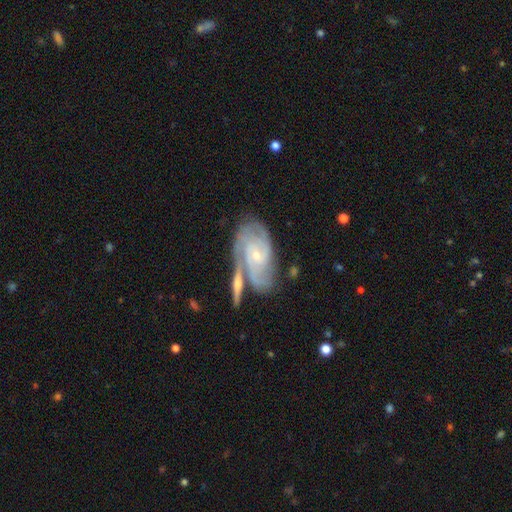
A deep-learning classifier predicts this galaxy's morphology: Q: Smooth or featured?
A: featured or disk (85%); runner-up: smooth (10%)
Q: Edge-on disk?
A: no (95%); runner-up: yes (5%)
Q: Bar?
A: no (60%); runner-up: weak (33%)
Q: Spiral arms?
A: yes (96%); runner-up: no (4%)
Q: Spiral winding?
A: tight (60%); runner-up: medium (33%)
Q: Spiral arm count?
A: 2 (32%); runner-up: 3 (25%)
Q: Bulge size?
A: small (75%); runner-up: moderate (22%)
Q: Merging?
A: none (49%); runner-up: merger (25%)